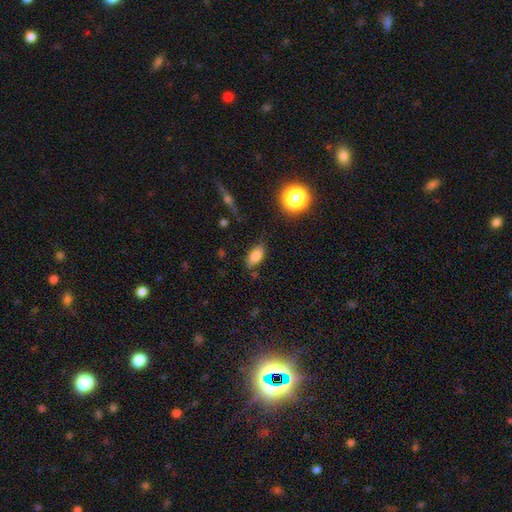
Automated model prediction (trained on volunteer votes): smooth-or-featured: smooth: 79% | featured or disk: 11% | star or artifact: 11%
  how-rounded: in between: 85% | cigar-shaped: 10% | round: 5%
  merging: none: 80% | minor disturbance: 15% | major disturbance: 4% | merger: 2%